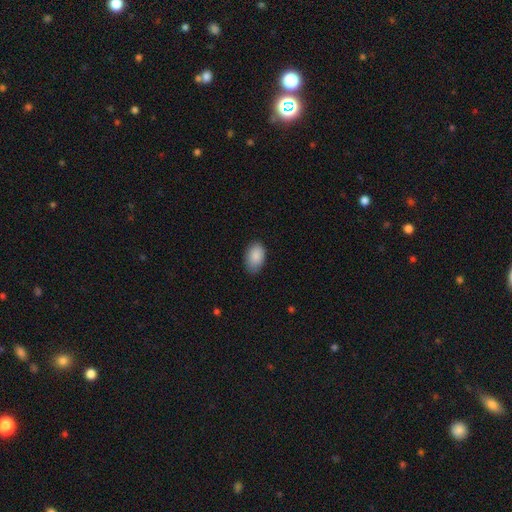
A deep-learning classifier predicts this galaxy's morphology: Overall: smooth (89%). How rounded: in between (90%). Merging: none (76%).